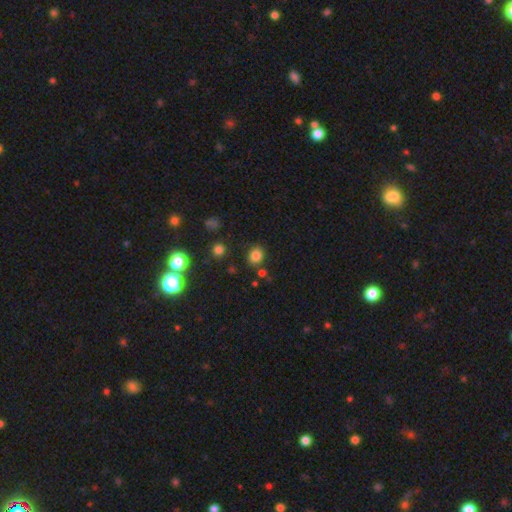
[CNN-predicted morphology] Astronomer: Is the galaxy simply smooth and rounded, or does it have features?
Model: smooth — 79%.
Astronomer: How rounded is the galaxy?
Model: round — 63%.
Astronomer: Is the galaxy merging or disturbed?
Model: none — 81%.